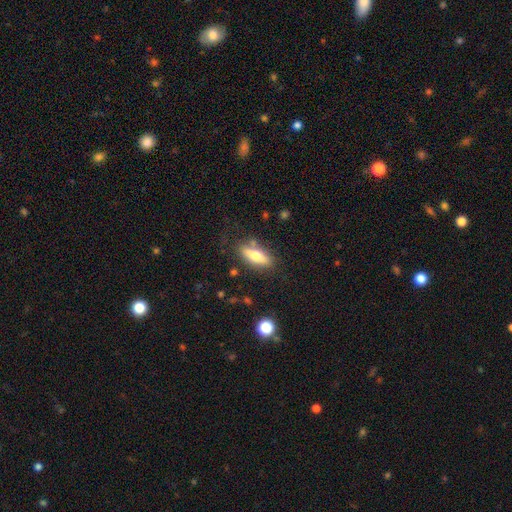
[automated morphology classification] This is likely a smooth galaxy (62%). How rounded: possibly in between (55%). Merging: likely none (78%).